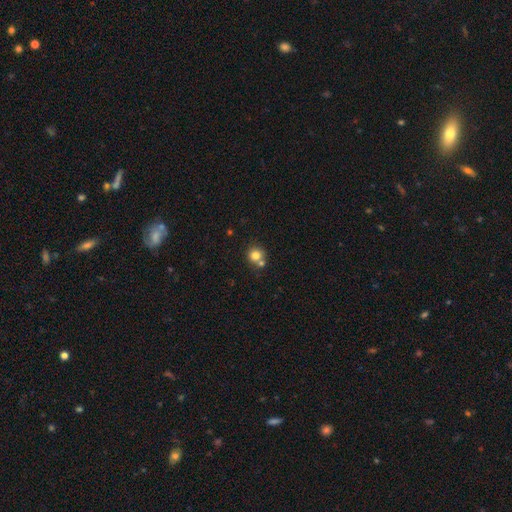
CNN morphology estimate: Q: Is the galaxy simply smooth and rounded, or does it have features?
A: smooth — 79%.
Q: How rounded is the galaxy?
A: round — 88%.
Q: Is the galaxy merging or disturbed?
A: none — 56%.